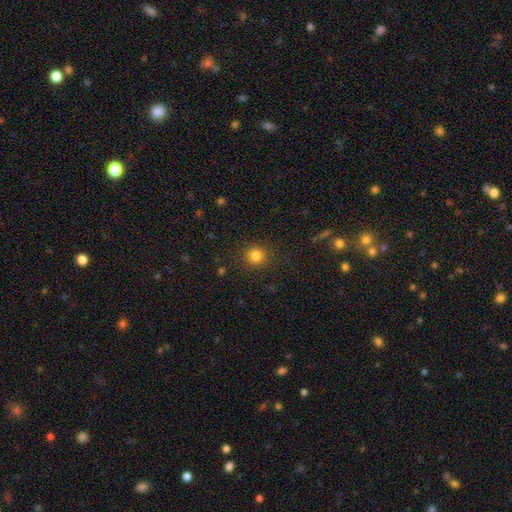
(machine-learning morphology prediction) This appears to be a smooth galaxy with no disk features (82%) that is round (91%). Merging: none (88%).